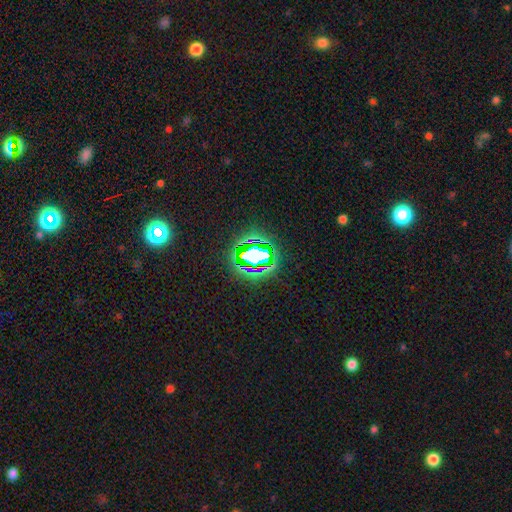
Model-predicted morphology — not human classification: type=star or artifact (60%).